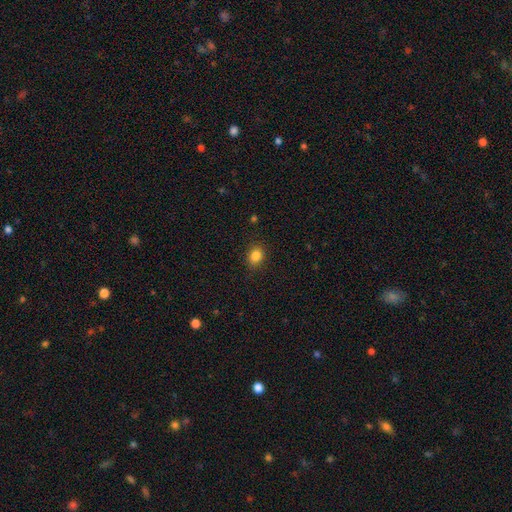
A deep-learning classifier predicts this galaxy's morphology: The model was most divided on "how rounded": round: 57%, in between: 42%, cigar-shaped: 1%. More confident: merging — none (87%); smooth or featured — smooth (85%).